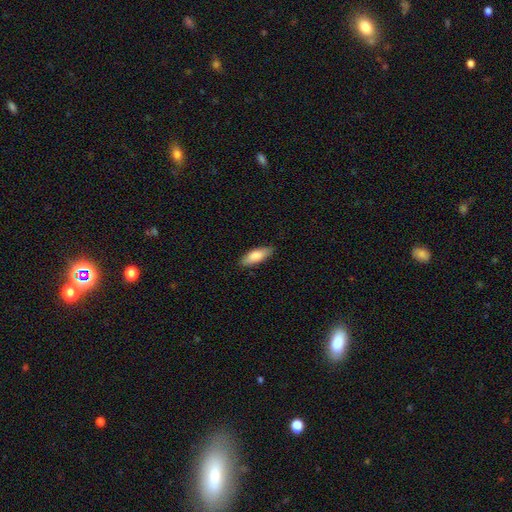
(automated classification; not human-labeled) A smooth galaxy with no disk features (82%) that is in between round and cigar-shaped (69%). Merging: none (86%).